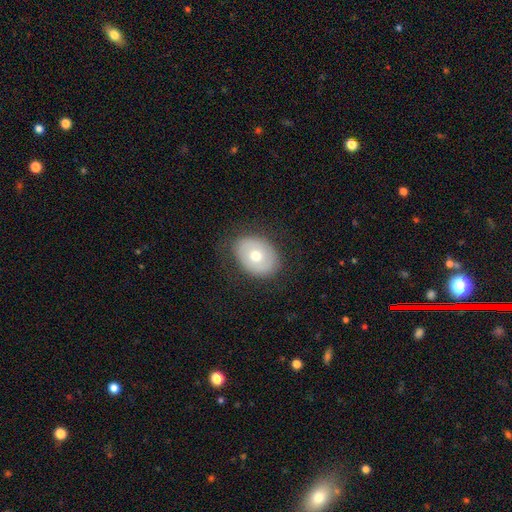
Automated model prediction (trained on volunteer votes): smooth_or_featured: smooth (p=0.61) [alt: featured or disk p=0.32]
how_rounded: in between (p=0.66) [alt: round p=0.33]
merging: none (p=0.79) [alt: minor disturbance p=0.15]